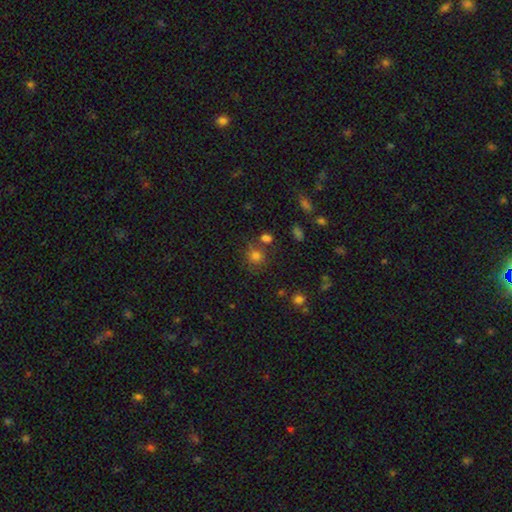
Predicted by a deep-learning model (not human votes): A smooth galaxy with no disk features (76%) that is round (81%).

Vote fractions:
- Smooth or featured? smooth: 76% / star or artifact: 16% / featured or disk: 8%
- How rounded? round: 81% / in between: 18% / cigar-shaped: 1%
- Merging? none: 63% / merger: 16% / minor disturbance: 15% / major disturbance: 7%